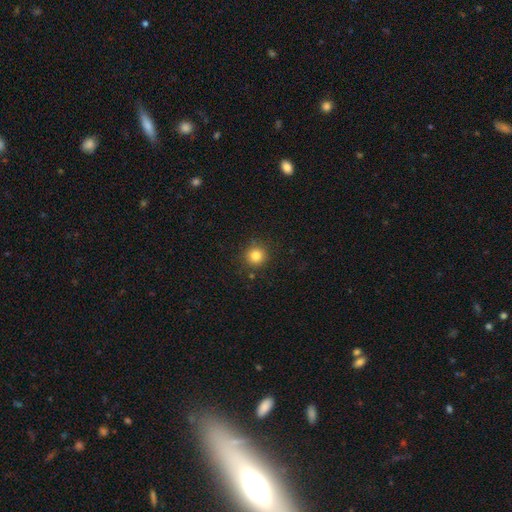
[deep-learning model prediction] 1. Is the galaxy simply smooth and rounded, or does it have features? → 82% smooth, 12% star or artifact, 6% featured or disk.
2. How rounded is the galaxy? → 94% round, 5% in between, 1% cigar-shaped.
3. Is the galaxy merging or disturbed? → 88% none, 7% minor disturbance, 2% major disturbance, 2% merger.